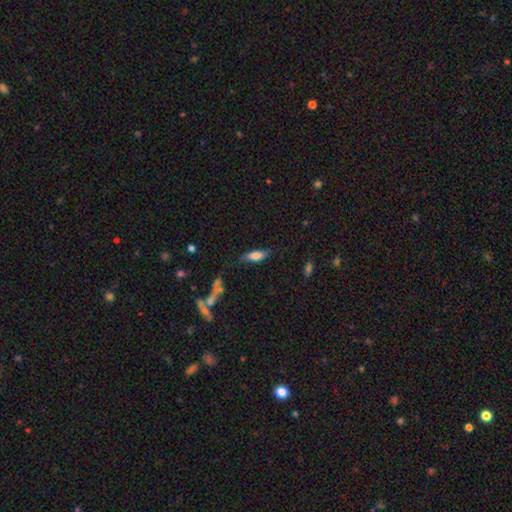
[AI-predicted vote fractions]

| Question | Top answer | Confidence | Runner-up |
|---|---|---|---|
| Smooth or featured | smooth | 72% | featured or disk (20%) |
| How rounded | in between | 57% | cigar-shaped (41%) |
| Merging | none | 67% | minor disturbance (22%) |